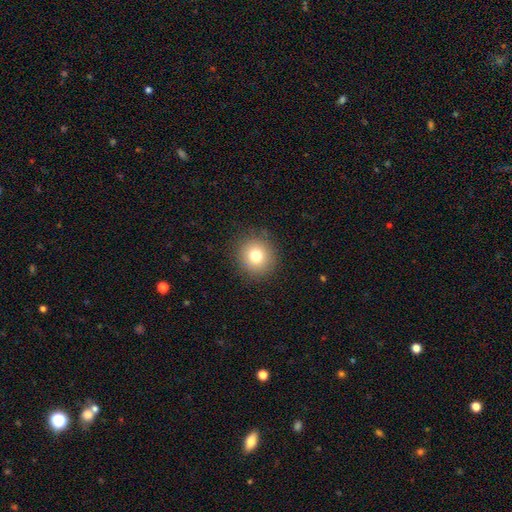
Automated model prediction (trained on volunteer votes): Smooth or featured?
  - smooth: 78% *
  - star or artifact: 12%
  - featured or disk: 10%
How rounded?
  - round: 90% *
  - in between: 9%
  - cigar-shaped: 1%
Merging?
  - none: 89% *
  - minor disturbance: 8%
  - major disturbance: 3%
  - merger: 1%